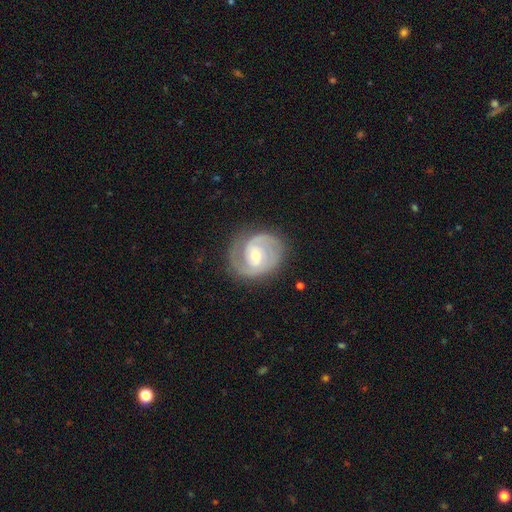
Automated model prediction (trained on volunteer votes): This appears to be a featured or disk galaxy (86%) with a weak bar (44%), 2 (76%) tight (48%) spiral arms (96%) and a moderate central bulge (49%). Merging: none (78%).